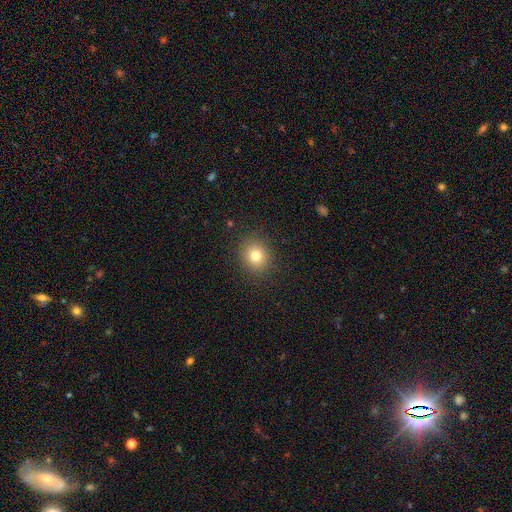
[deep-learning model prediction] This appears to be a smooth galaxy with no disk features (78%) that is round (80%). Merging: none (89%).